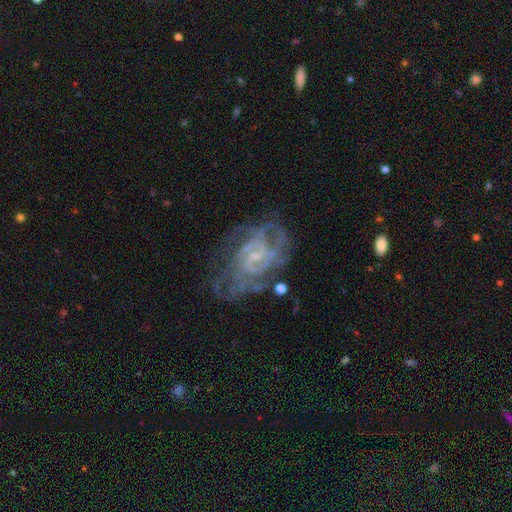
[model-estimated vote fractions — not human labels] smooth-or-featured: featured or disk: 86% | star or artifact: 7% | smooth: 6%
  disk-edge-on: no: 97% | yes: 3%
    bar: weak: 46% | no: 42% | strong: 11%
    has-spiral-arms: yes: 93% | no: 7%
      spiral-winding: tight: 55% | medium: 37% | loose: 9%
      spiral-arm-count: can't tell: 33% | 2: 23% | 3: 18% | 4: 13% | more than 4: 6% | 1: 6%
    bulge-size: small: 72% | moderate: 16% | none: 10% | large: 1% | dominant: 1%
  merging: none: 60% | minor disturbance: 20% | major disturbance: 16% | merger: 4%